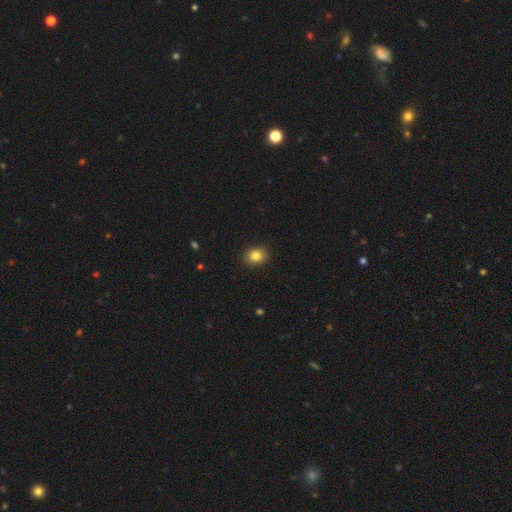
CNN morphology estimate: This is clearly a smooth galaxy (83%). How rounded: likely round (64%). Merging: clearly none (90%).